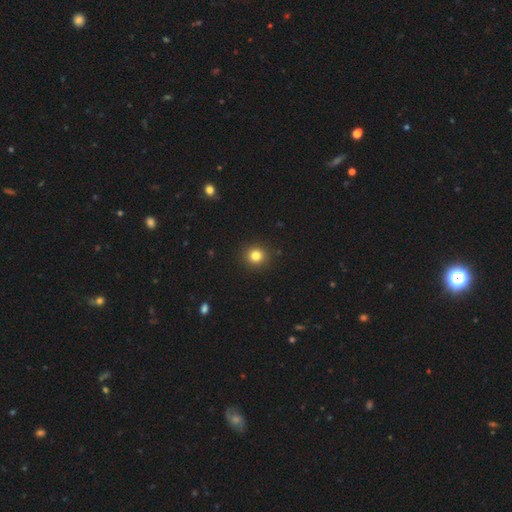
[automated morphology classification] The model was most divided on "smooth or featured": smooth: 82%, star or artifact: 13%, featured or disk: 5%. More confident: merging — none (92%); how rounded — round (92%).